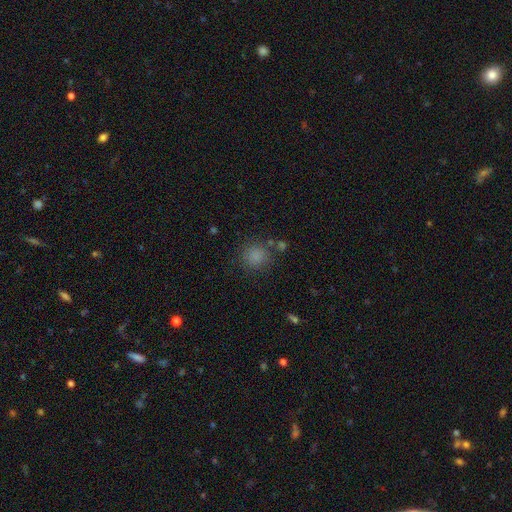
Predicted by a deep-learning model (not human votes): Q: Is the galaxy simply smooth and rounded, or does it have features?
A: smooth — 82%.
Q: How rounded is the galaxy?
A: round — 91%.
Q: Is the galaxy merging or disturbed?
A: none — 80%.